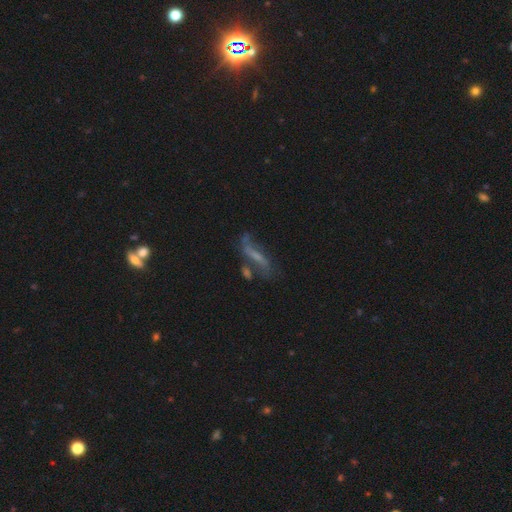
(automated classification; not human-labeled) Smooth or featured? Predicted: featured or disk (p=0.55). Edge-on disk? Predicted: no (p=0.66). Merging? Predicted: none (p=0.45).